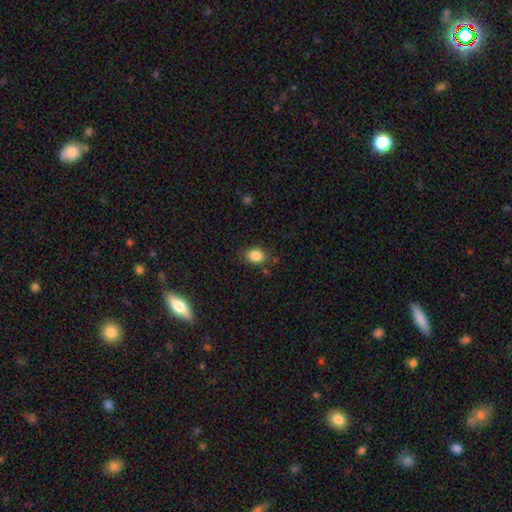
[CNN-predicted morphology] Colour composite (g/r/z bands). It shows a smooth galaxy with no disk features (85%) that is in between round and cigar-shaped (64%). Merging: none (79%).